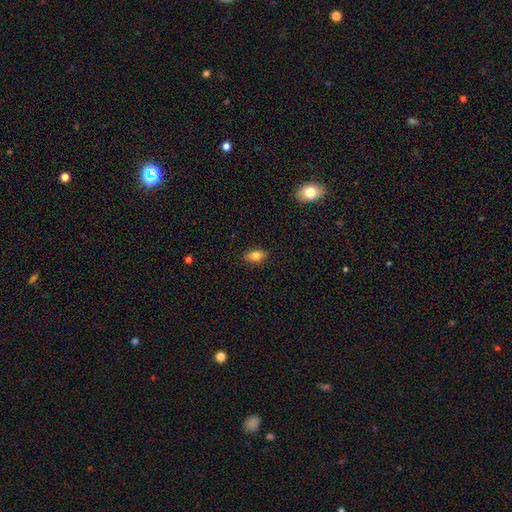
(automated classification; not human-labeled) A smooth galaxy with no disk features (78%) that is in between round and cigar-shaped (86%). Merging: none (87%).